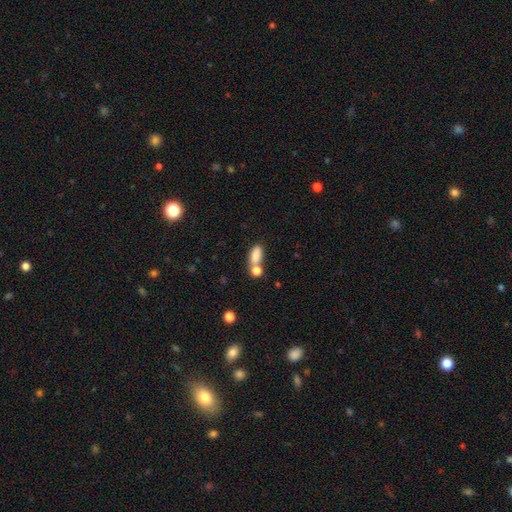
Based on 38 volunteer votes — A smooth galaxy with no disk features (82%) that is in between round and cigar-shaped (71%). Merging: merger (47%).